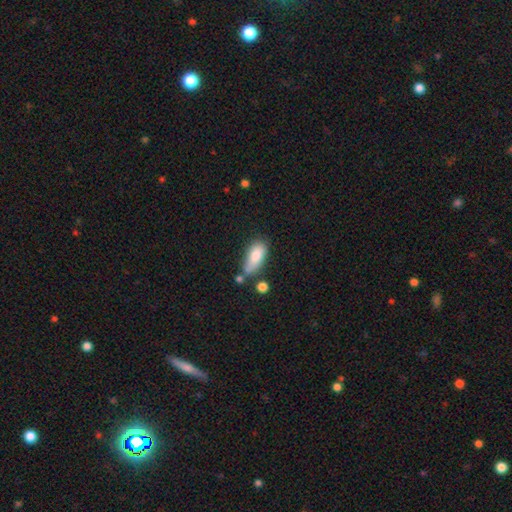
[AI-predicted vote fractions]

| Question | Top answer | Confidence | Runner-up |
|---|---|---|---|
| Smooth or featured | smooth | 79% | featured or disk (13%) |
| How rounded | in between | 84% | cigar-shaped (13%) |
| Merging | none | 49% | minor disturbance (26%) |